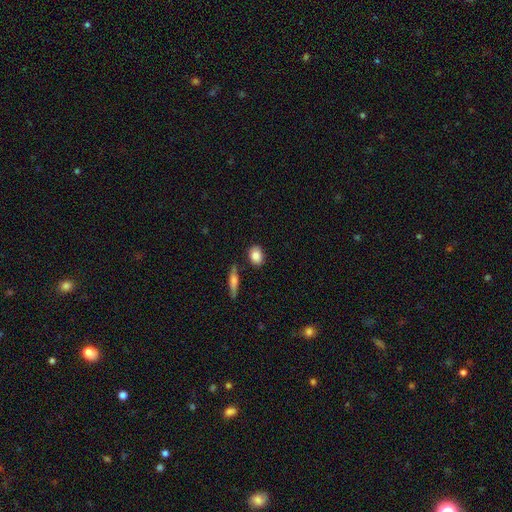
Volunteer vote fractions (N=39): This appears to be a smooth galaxy with no disk features (85%) that is in between round and cigar-shaped (58%). Merging: none (94%).